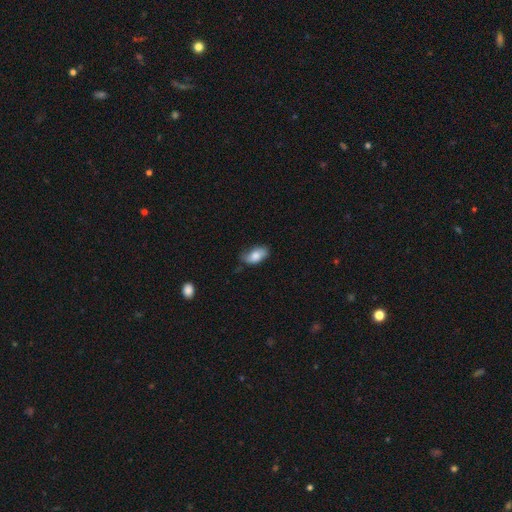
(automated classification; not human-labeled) smooth_or_featured: smooth (p=0.79) [alt: featured or disk p=0.14]
how_rounded: in between (p=0.92) [alt: cigar-shaped p=0.04]
merging: none (p=0.64) [alt: minor disturbance p=0.29]